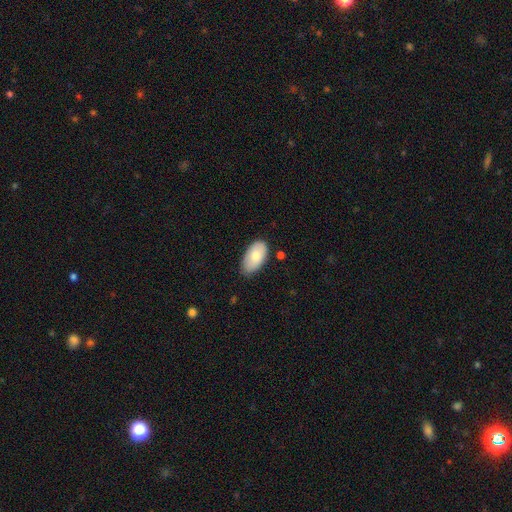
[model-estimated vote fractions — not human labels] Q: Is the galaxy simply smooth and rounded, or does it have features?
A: smooth — 75%.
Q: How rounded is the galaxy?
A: in between — 95%.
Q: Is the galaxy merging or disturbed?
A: none — 72%.